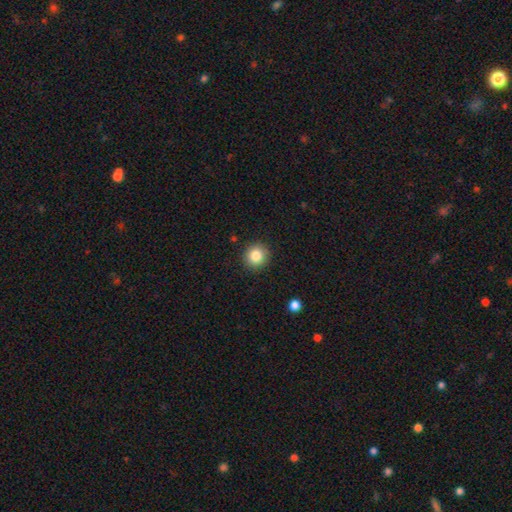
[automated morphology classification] The model was most divided on "smooth or featured": smooth: 84%, star or artifact: 10%, featured or disk: 6%. More confident: how rounded — round (92%); merging — none (91%).